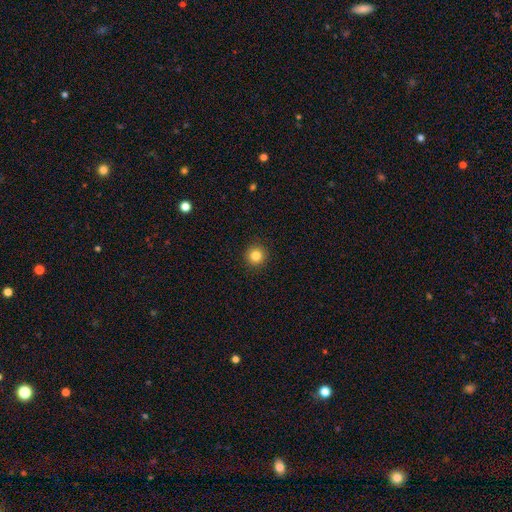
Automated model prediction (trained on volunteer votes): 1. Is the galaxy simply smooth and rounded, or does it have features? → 84% smooth, 11% star or artifact, 5% featured or disk.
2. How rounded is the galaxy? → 95% round, 4% in between, 1% cigar-shaped.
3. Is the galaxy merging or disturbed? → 93% none, 5% minor disturbance, 2% major disturbance, 1% merger.